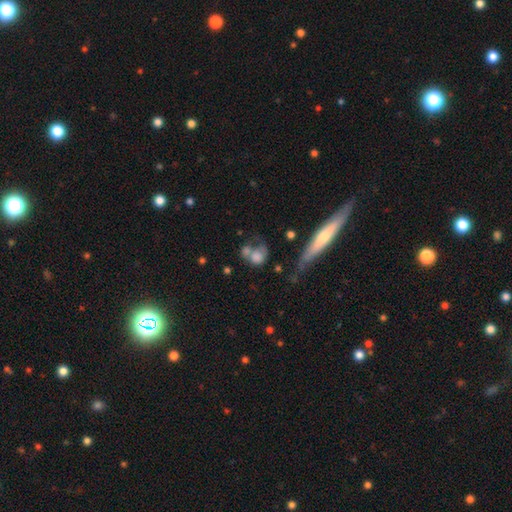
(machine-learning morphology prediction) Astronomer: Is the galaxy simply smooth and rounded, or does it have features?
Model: smooth — 67%.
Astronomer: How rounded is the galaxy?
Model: round — 59% (runner-up: in between, 37%).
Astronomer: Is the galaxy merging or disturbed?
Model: merger — 37% (runner-up: none, 29%).